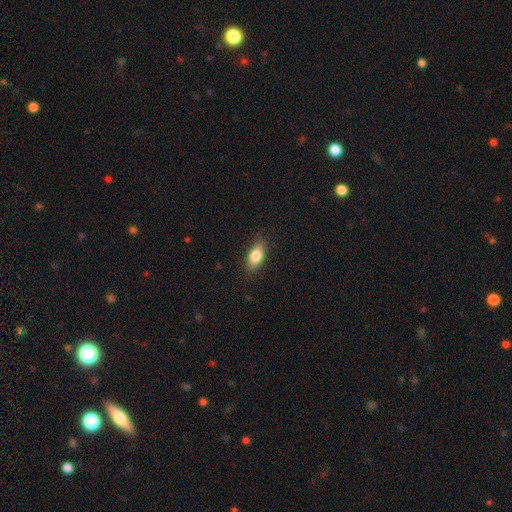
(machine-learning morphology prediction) Smooth or featured? smooth (80%)
How rounded? in between (82%)
Merging? none (84%)